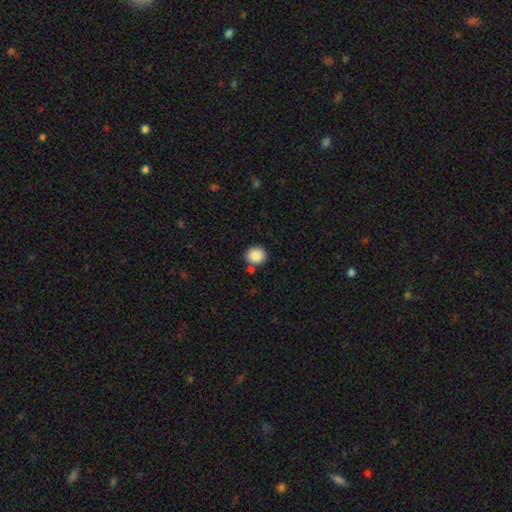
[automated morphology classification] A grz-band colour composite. It shows a smooth galaxy with no disk features (88%) that is round (84%). Merging: none (78%).